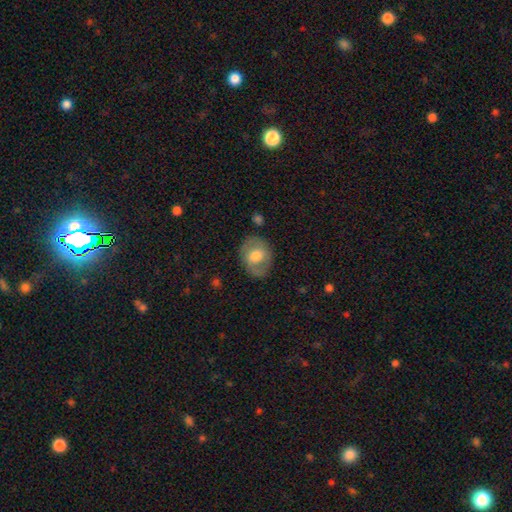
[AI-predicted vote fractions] Smooth or featured?
  - smooth: 58% *
  - featured or disk: 35%
  - star or artifact: 7%
How rounded?
  - in between: 57% *
  - round: 42%
  - cigar-shaped: 1%
Merging?
  - none: 77% *
  - minor disturbance: 16%
  - major disturbance: 5%
  - merger: 2%